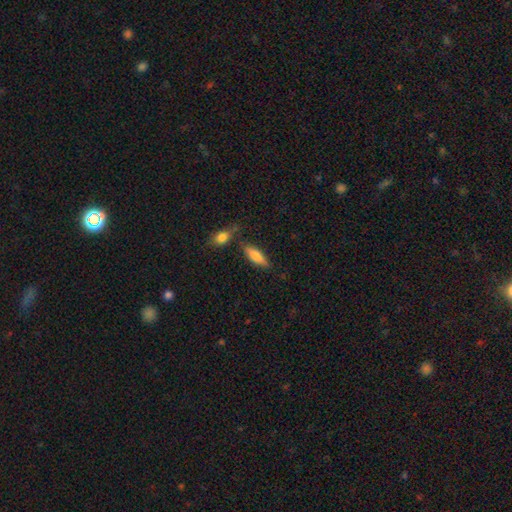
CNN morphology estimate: Smooth or featured: smooth — 73% (featured or disk — 20%)
How rounded: in between — 53% (cigar-shaped — 44%)
Merging: none — 70% (minor disturbance — 15%)